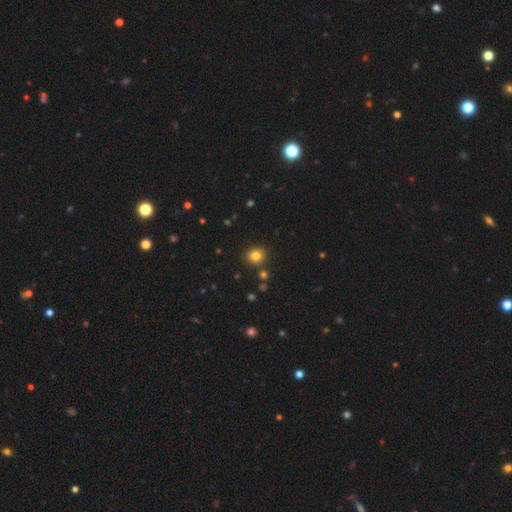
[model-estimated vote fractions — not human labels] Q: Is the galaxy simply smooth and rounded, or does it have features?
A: smooth — 80%.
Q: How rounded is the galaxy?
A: round — 86%.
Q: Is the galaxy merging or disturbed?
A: none — 87%.